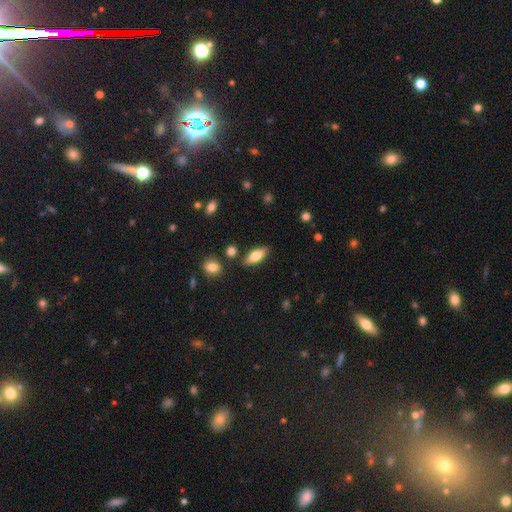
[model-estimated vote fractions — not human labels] Smooth or featured? smooth (75%)
How rounded? in between (79%)
Merging? none (83%)